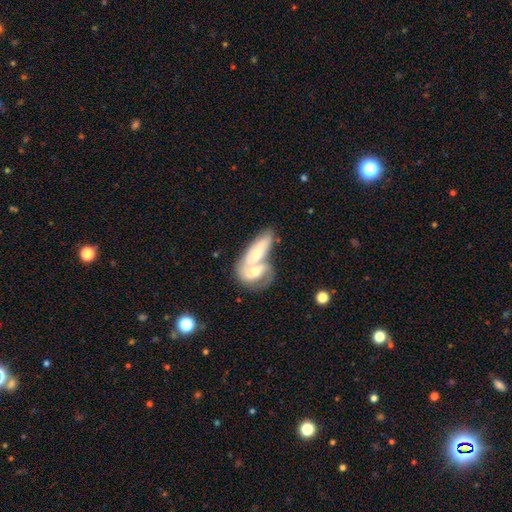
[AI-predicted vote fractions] Smooth or featured: smooth — 48% (featured or disk — 47%)
Merging: merger — 70% (none — 18%)